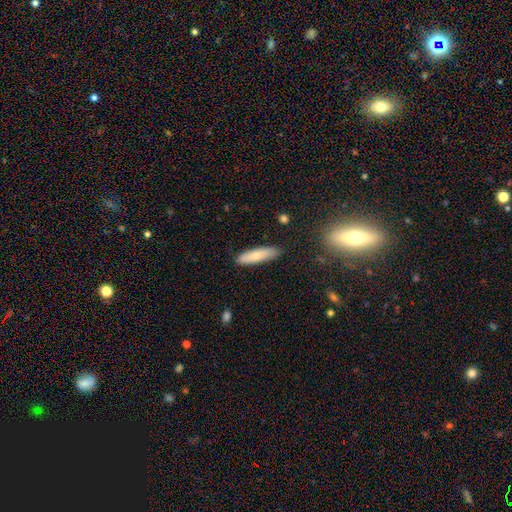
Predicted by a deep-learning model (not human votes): A smooth galaxy with no disk features (74%) that is cigar-shaped (74%). Merging: none (87%).